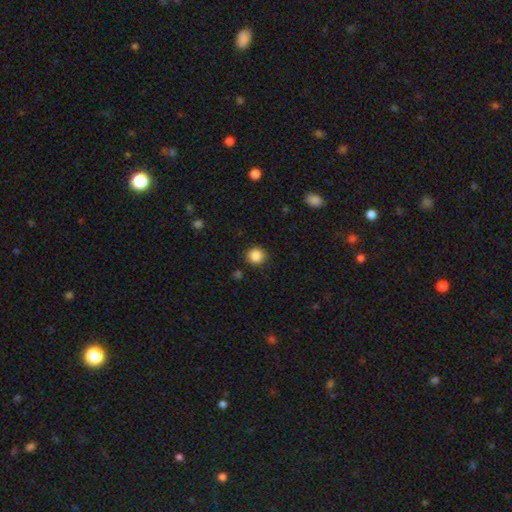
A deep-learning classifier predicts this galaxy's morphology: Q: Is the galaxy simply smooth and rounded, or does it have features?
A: smooth — 87%.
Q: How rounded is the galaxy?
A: round — 88%.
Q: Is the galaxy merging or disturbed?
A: none — 88%.